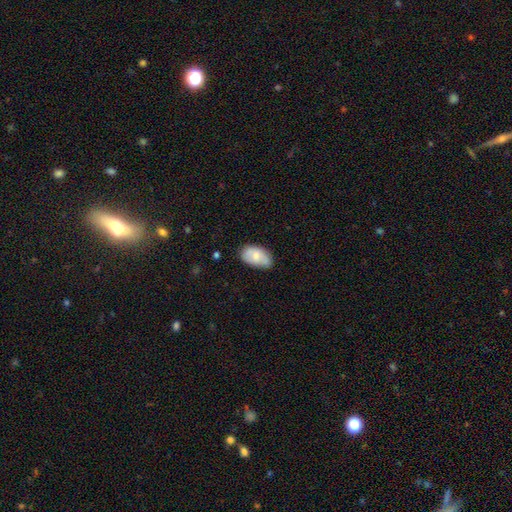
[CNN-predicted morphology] A smooth galaxy with no disk features (69%) that is in between round and cigar-shaped (93%). Merging: none (60%).